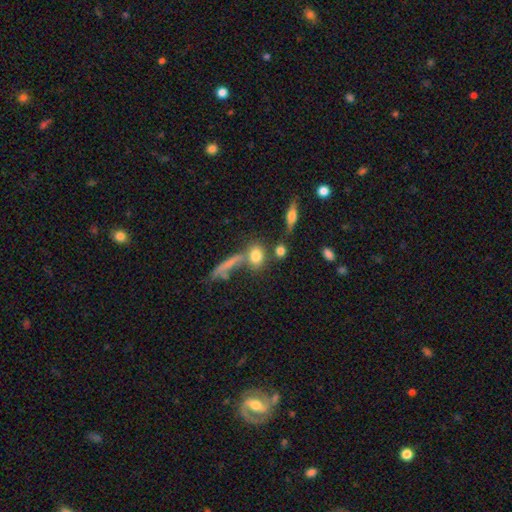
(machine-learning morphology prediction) A smooth galaxy with no disk features (76%) that is round (44%, tied with in between).

Vote fractions:
- Smooth or featured? smooth: 76% / featured or disk: 13% / star or artifact: 11%
- How rounded? round: 44% (tied) / in between: 44% (tied) / cigar-shaped: 12%
- Merging? none: 55% / merger: 25% / minor disturbance: 13% / major disturbance: 7%